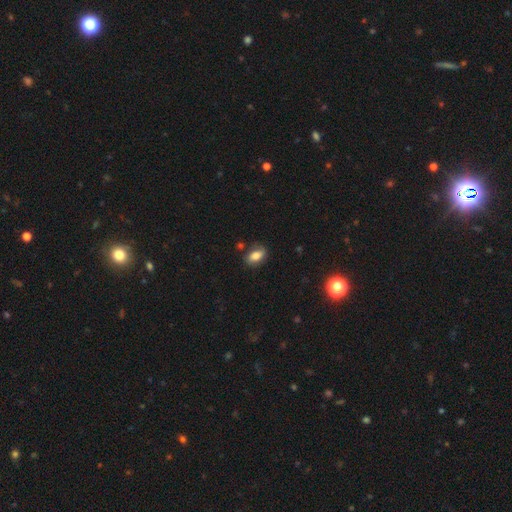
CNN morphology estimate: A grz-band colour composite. It shows a smooth galaxy with no disk features (78%) that is in between round and cigar-shaped (86%). Merging: none (77%).